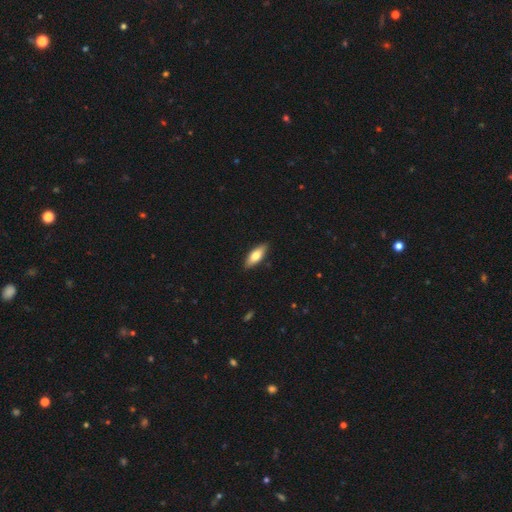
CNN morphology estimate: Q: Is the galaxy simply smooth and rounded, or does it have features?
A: smooth — 71%.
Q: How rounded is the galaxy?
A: in between — 68%.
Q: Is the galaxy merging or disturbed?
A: none — 89%.